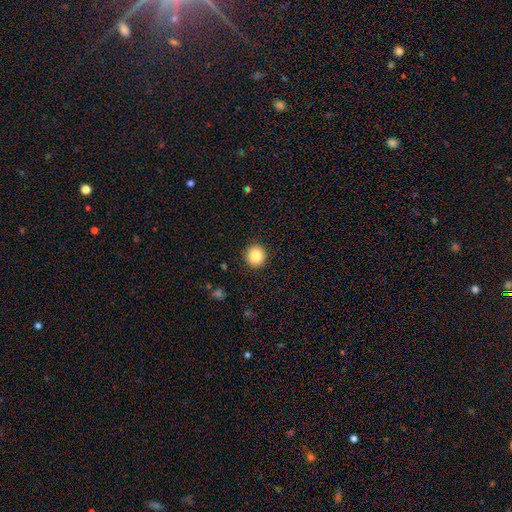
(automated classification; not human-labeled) This is clearly a smooth galaxy (86%). How rounded: clearly round (94%). Merging: clearly none (92%).